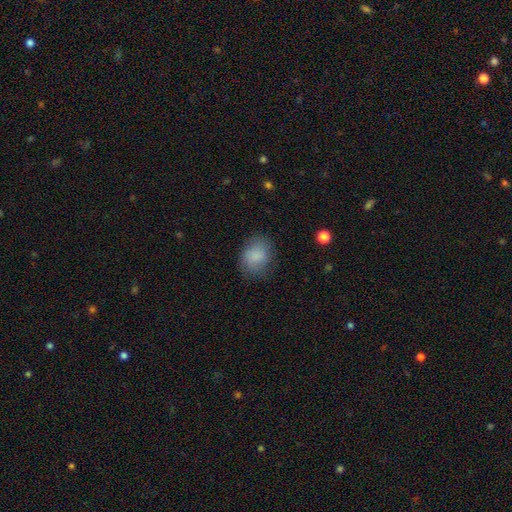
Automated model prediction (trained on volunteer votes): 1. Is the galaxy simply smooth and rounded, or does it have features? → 84% smooth, 8% star or artifact, 8% featured or disk.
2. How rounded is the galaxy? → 51% in between, 48% round, 1% cigar-shaped.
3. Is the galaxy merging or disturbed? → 75% none, 18% minor disturbance, 6% major disturbance, 1% merger.